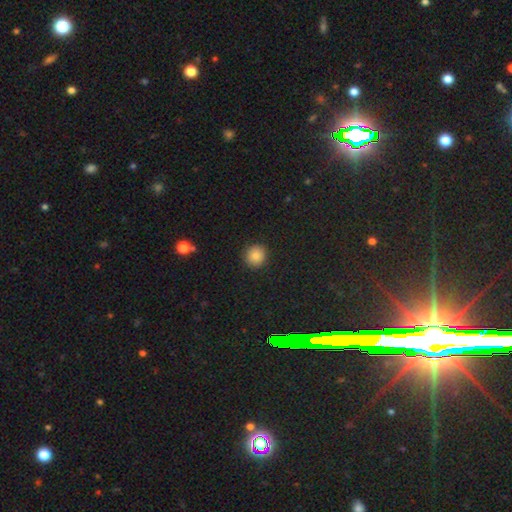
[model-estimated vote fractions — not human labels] Overall: smooth (84%). How rounded: round (93%). Merging: none (91%).